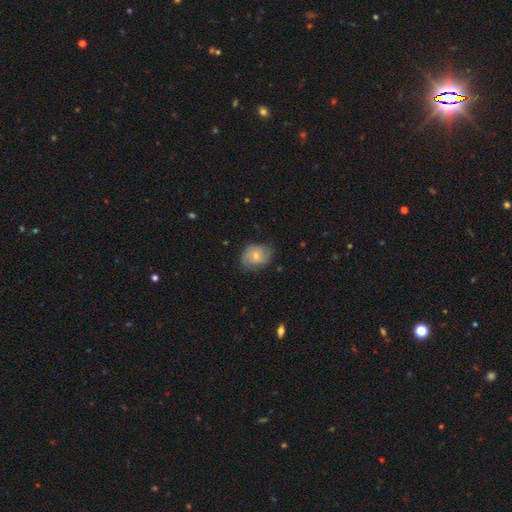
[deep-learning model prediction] This is possibly a smooth galaxy (57%). How rounded: possibly round (50%). Merging: likely none (68%).